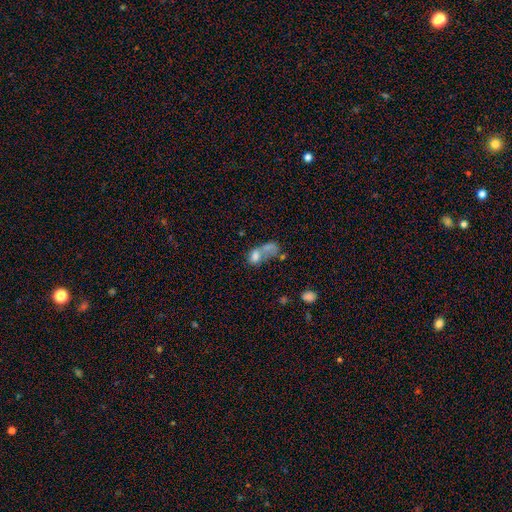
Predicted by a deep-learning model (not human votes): smooth 62%, featured or disk 25%, star or artifact 14%. Down the decision tree: how rounded — in between (75%); merging — merger (59%).